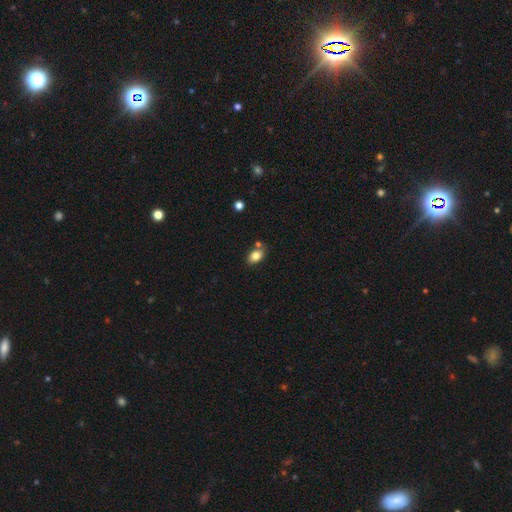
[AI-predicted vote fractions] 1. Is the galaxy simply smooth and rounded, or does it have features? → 82% smooth, 9% featured or disk, 9% star or artifact.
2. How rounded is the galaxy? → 85% in between, 13% round, 2% cigar-shaped.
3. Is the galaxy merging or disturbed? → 68% none, 14% merger, 14% minor disturbance, 3% major disturbance.